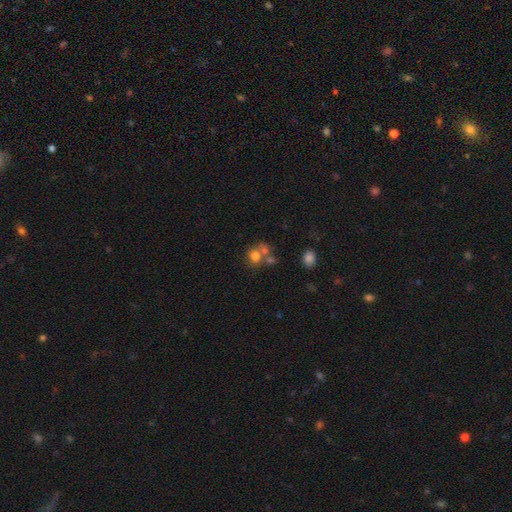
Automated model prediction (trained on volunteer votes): Smooth or featured? Predicted: smooth (p=0.70). How rounded? Predicted: round (p=0.71). Merging? Predicted: merger (p=0.46).